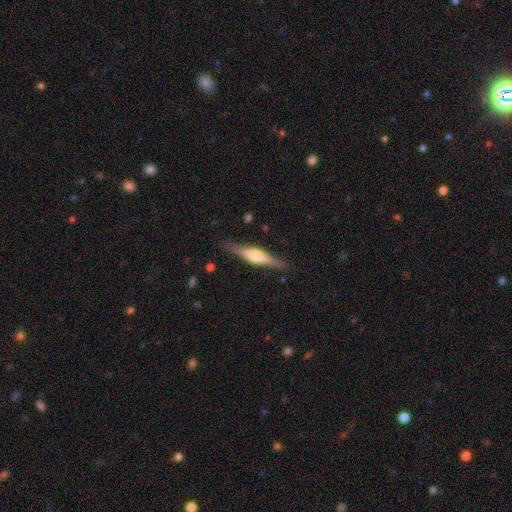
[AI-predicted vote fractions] Q: Smooth or featured?
A: featured or disk (59%); runner-up: smooth (35%)
Q: Edge-on disk?
A: yes (94%); runner-up: no (6%)
Q: Edge-on bulge?
A: rounded (85%); runner-up: boxy (11%)
Q: Merging?
A: none (85%); runner-up: minor disturbance (11%)